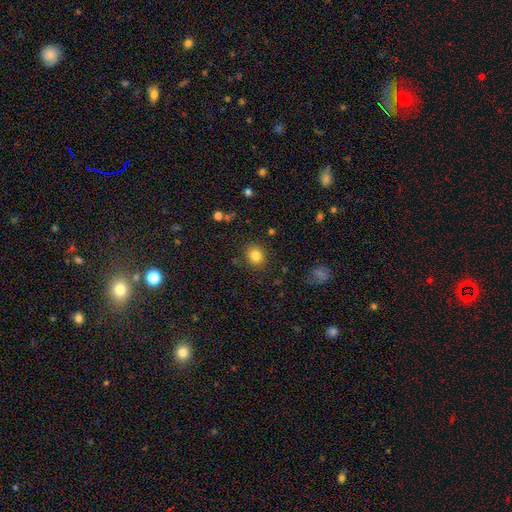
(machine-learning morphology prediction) This is clearly a smooth galaxy (82%). How rounded: likely round (78%). Merging: clearly none (88%).